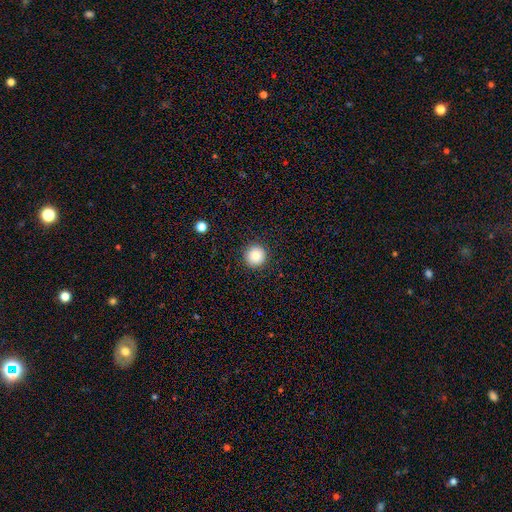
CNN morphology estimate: smooth 84%, star or artifact 10%, featured or disk 6%. Down the decision tree: how rounded — round (95%); merging — none (92%).